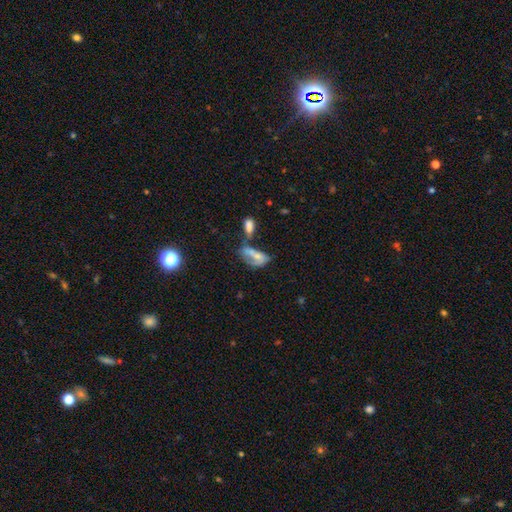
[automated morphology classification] The model was most divided on "smooth or featured": smooth: 51%, featured or disk: 39%, star or artifact: 10%. Remaining: how rounded — in between (86%); merging — merger (47%).